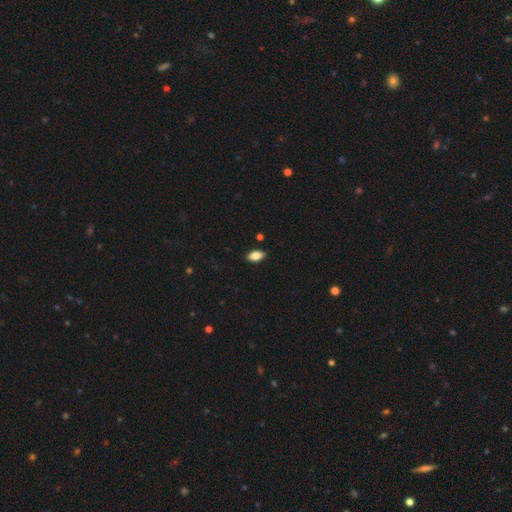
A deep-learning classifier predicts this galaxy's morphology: Overall: smooth (83%). How rounded: in between (91%). Merging: none (89%).